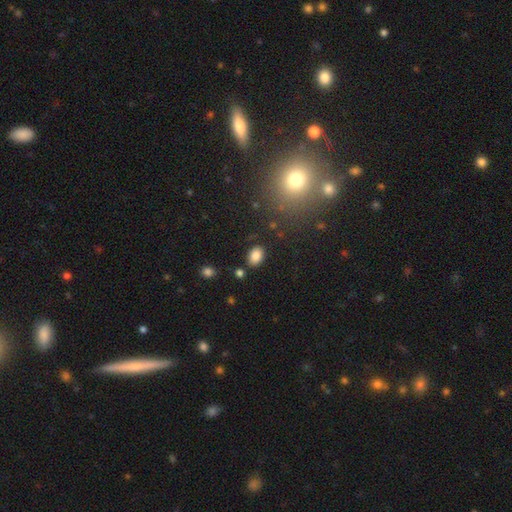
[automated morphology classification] A smooth galaxy with no disk features (85%) that is in between round and cigar-shaped (76%). Merging: none (83%).